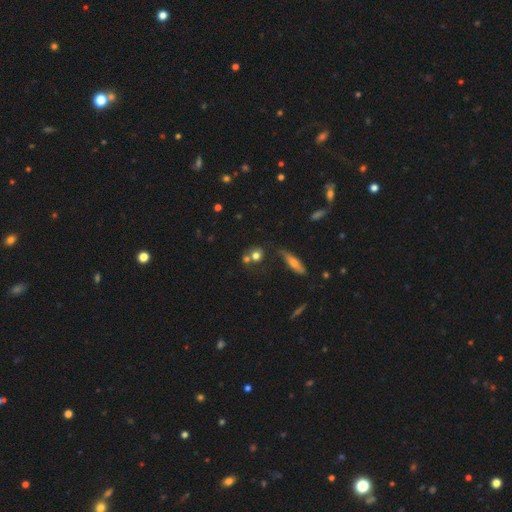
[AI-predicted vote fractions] This appears to be a smooth galaxy with no disk features (69%) that is round (75%). Merging: none (47%).